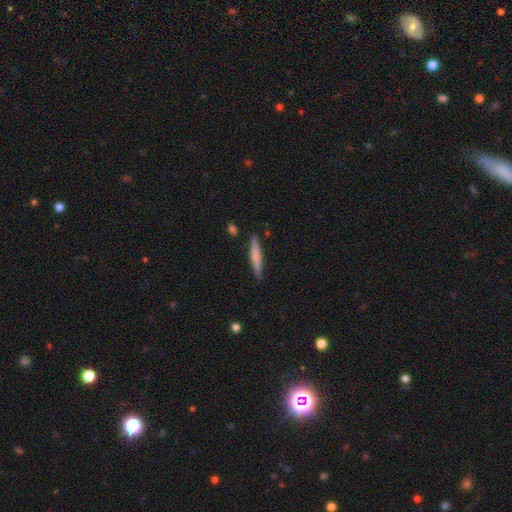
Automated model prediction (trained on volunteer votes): This is likely a smooth galaxy (61%). How rounded: clearly cigar-shaped (92%). Merging: clearly none (86%).